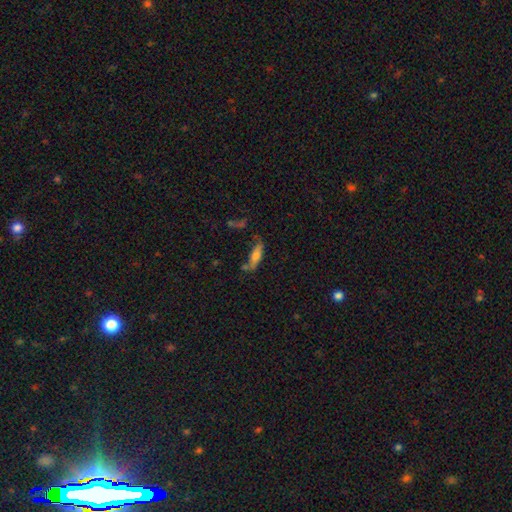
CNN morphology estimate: smooth-or-featured: smooth: 65% | featured or disk: 27% | star or artifact: 8%
  how-rounded: cigar-shaped: 52% | in between: 46% | round: 2%
  merging: none: 59% | minor disturbance: 22% | merger: 11% | major disturbance: 8%